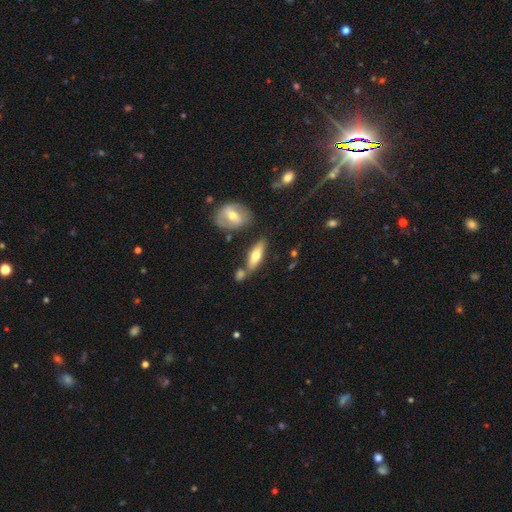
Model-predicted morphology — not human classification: This appears to be a smooth galaxy with no disk features (59%) that is in between round and cigar-shaped (53%). Merging: none (67%).